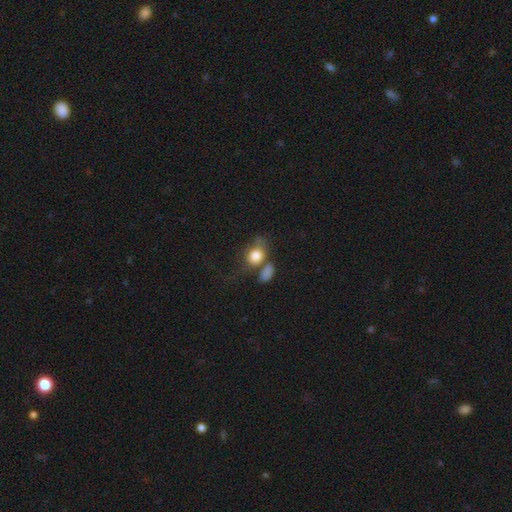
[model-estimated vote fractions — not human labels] Overall: smooth (77%). How rounded: in between (52%; round 46%). Merging: none (33%; merger 27%).